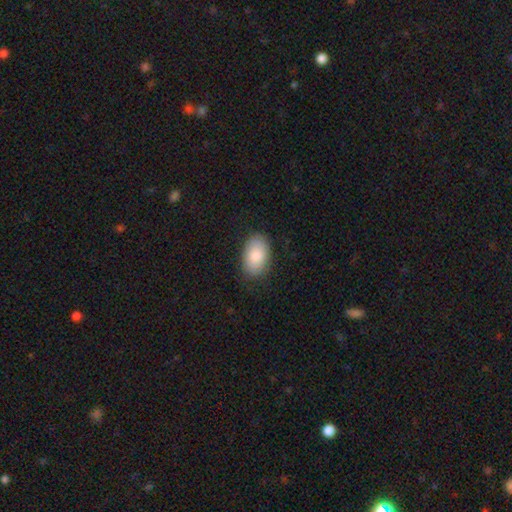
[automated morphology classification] Smooth or featured? Predicted: smooth (p=0.84). How rounded? Predicted: in between (p=0.91). Merging? Predicted: none (p=0.84).